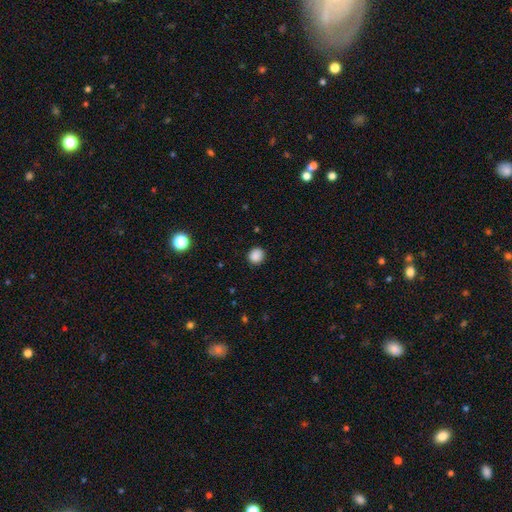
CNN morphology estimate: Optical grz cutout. It shows a smooth galaxy with no disk features (87%) that is round (88%). Merging: none (89%).